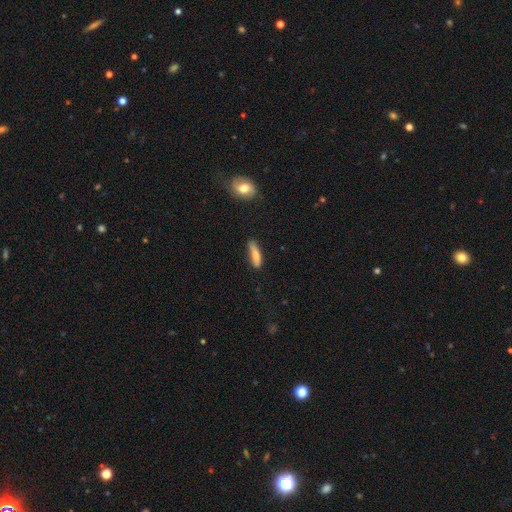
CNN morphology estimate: Overall: smooth (73%). How rounded: cigar-shaped (70%). Merging: none (69%).